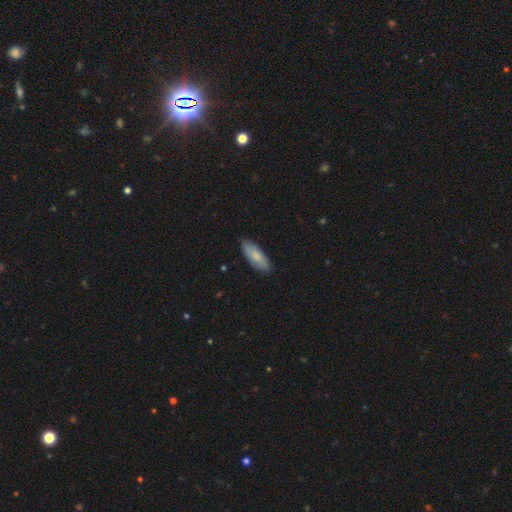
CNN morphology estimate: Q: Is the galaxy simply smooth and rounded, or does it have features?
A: smooth — 77%.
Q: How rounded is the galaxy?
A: in between — 72%.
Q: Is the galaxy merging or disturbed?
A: none — 84%.